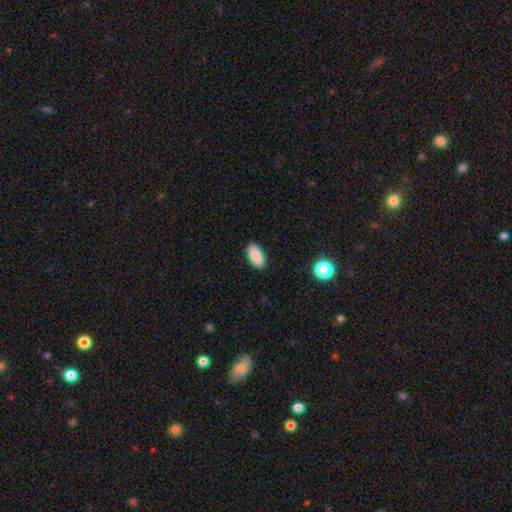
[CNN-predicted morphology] Overall: smooth (86%). How rounded: in between (93%). Merging: none (89%).